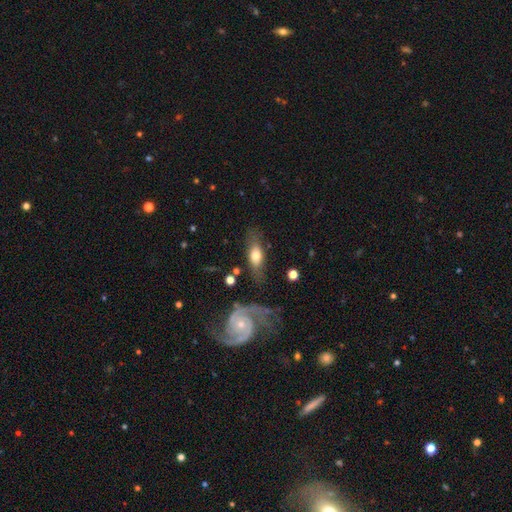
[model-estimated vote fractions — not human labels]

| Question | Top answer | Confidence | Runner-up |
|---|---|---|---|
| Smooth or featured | smooth | 59% | featured or disk (34%) |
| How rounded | in between | 70% | cigar-shaped (24%) |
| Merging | none | 62% | minor disturbance (21%) |